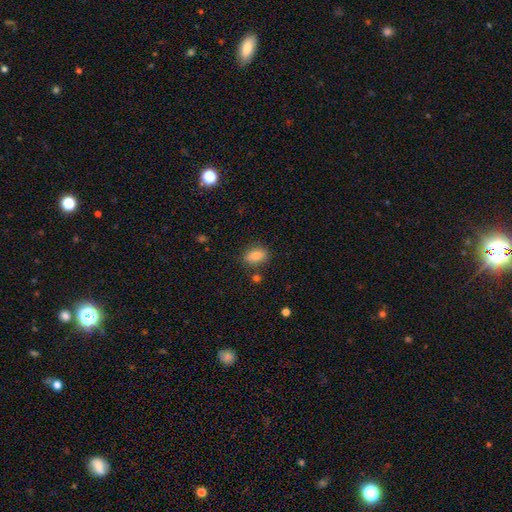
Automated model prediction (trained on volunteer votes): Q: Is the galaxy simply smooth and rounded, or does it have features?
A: smooth — 84%.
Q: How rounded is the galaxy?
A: in between — 83%.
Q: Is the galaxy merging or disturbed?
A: none — 81%.